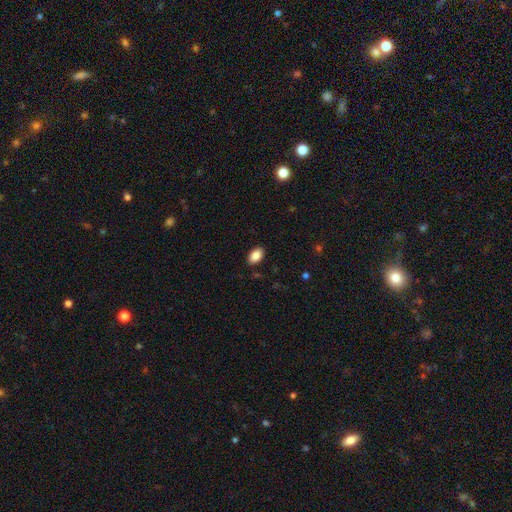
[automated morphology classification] Smooth or featured?
  - smooth: 87% *
  - star or artifact: 8%
  - featured or disk: 5%
How rounded?
  - in between: 90% *
  - round: 8%
  - cigar-shaped: 1%
Merging?
  - none: 88% *
  - minor disturbance: 9%
  - major disturbance: 2%
  - merger: 1%